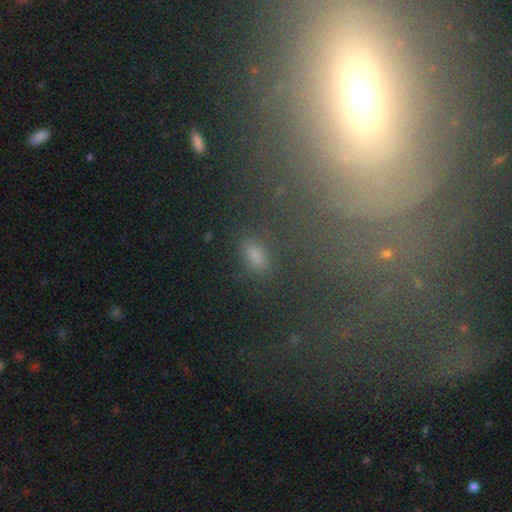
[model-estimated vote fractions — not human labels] smooth 69%, star or artifact 24%, featured or disk 8%. Down the decision tree: how rounded — in between (86%); merging — none (82%).